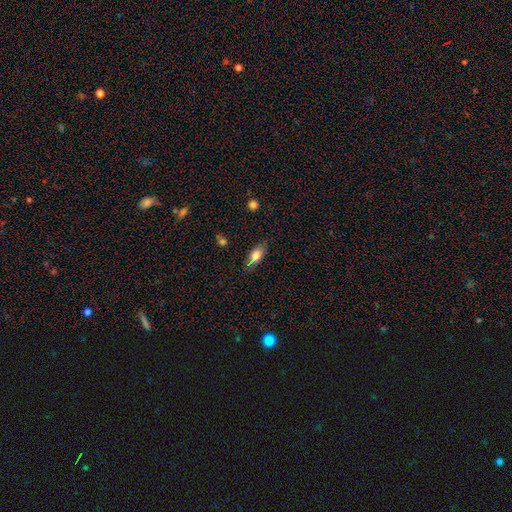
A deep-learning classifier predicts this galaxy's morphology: The model was most divided on "smooth or featured": smooth: 74%, featured or disk: 19%, star or artifact: 8%. More confident: how rounded — in between (78%); merging — none (78%).